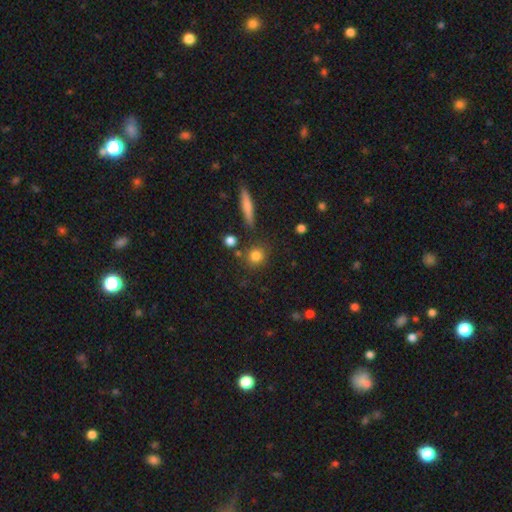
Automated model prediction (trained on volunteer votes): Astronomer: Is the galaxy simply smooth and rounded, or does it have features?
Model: smooth — 81%.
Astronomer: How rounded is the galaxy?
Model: round — 83%.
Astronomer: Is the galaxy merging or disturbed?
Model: none — 80%.